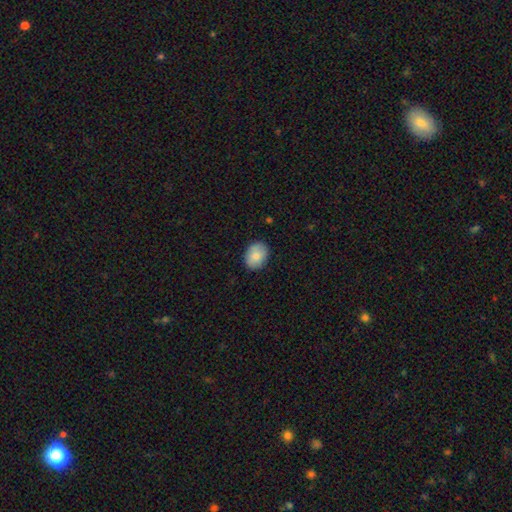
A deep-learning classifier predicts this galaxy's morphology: Smooth or featured? smooth (82%)
How rounded? in between (65%)
Merging? none (86%)